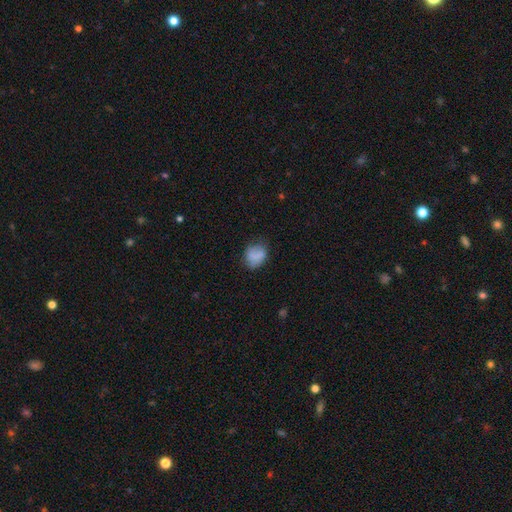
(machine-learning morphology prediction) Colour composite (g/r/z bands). It shows a smooth galaxy with no disk features (79%) that is round (51%). Merging: none (63%).